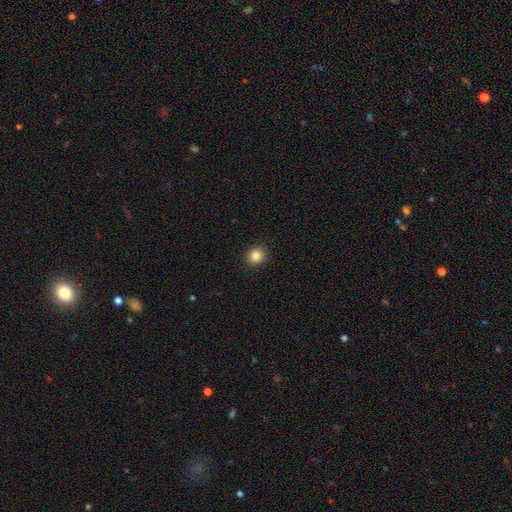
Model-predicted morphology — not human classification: A smooth galaxy with no disk features (84%) that is round (83%).

Vote fractions:
- Smooth or featured? smooth: 84% / star or artifact: 11% / featured or disk: 5%
- How rounded? round: 83% / in between: 16% / cigar-shaped: 1%
- Merging? none: 92% / minor disturbance: 5% / major disturbance: 2% / merger: 1%